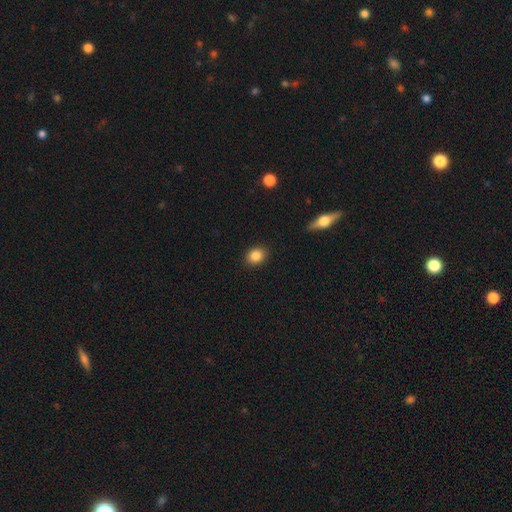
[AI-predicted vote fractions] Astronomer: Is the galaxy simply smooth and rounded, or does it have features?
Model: smooth — 86%.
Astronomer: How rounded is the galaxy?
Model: round — 50% (runner-up: in between, 49%).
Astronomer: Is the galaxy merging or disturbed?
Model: none — 89%.